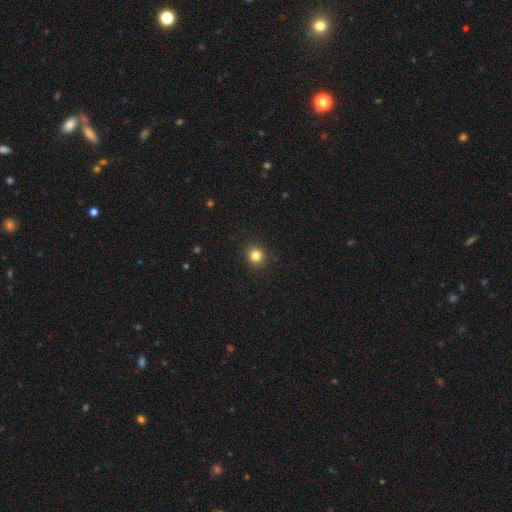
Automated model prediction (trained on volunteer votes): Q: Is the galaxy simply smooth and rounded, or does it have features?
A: smooth — 83%.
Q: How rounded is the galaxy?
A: round — 85%.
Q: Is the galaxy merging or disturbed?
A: none — 92%.